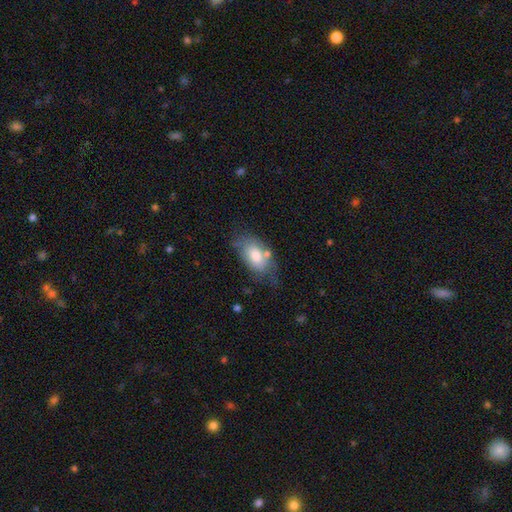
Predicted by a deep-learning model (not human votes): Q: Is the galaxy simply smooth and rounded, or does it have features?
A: smooth — 72%.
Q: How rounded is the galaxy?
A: in between — 91%.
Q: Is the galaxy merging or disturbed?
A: none — 51%.